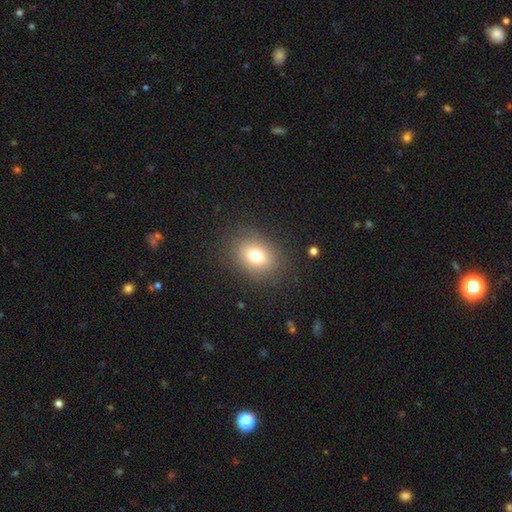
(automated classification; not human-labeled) smooth_or_featured: smooth (p=0.76) [alt: featured or disk p=0.12]
how_rounded: in between (p=0.60) [alt: round p=0.39]
merging: none (p=0.84) [alt: minor disturbance p=0.10]